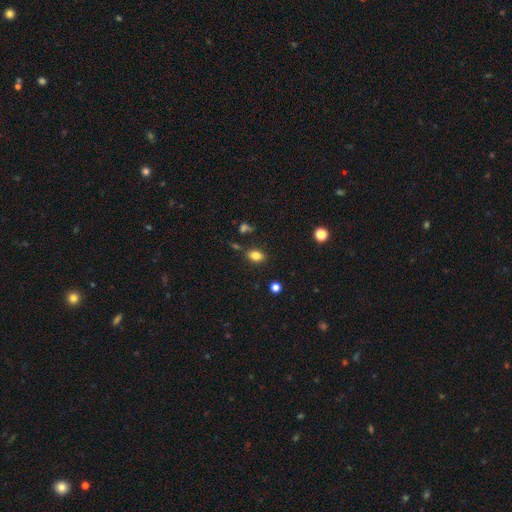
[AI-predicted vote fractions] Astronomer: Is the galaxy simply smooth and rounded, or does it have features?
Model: smooth — 83%.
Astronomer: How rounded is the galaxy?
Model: in between — 76%.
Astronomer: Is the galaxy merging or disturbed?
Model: none — 81%.